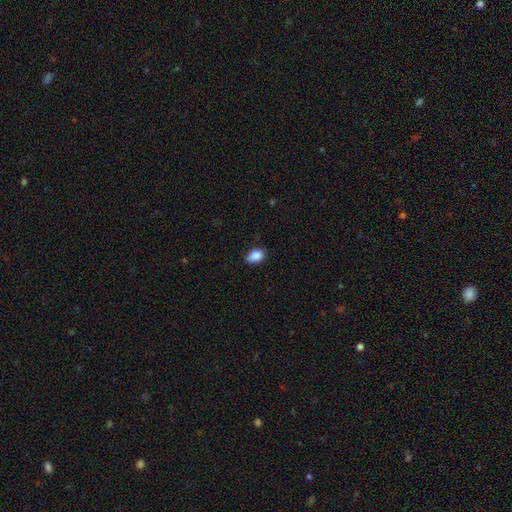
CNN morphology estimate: A smooth galaxy with no disk features (88%) that is in between round and cigar-shaped (86%).

Vote fractions:
- Smooth or featured? smooth: 88% / star or artifact: 8% / featured or disk: 3%
- How rounded? in between: 86% / round: 13% / cigar-shaped: 1%
- Merging? none: 75% / minor disturbance: 21% / major disturbance: 3% / merger: 1%